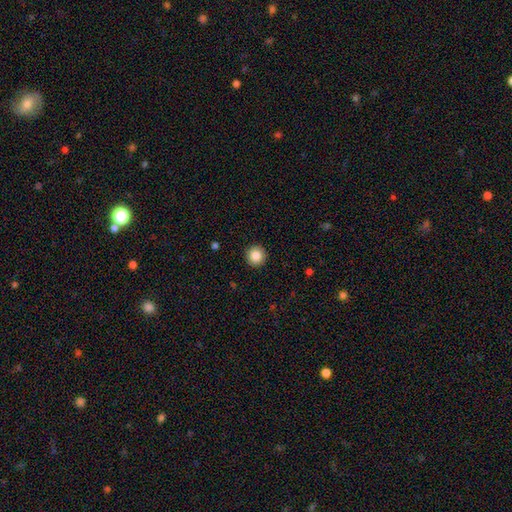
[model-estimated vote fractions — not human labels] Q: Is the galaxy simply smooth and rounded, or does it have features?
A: smooth — 86%.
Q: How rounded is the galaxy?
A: round — 96%.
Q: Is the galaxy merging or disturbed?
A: none — 93%.